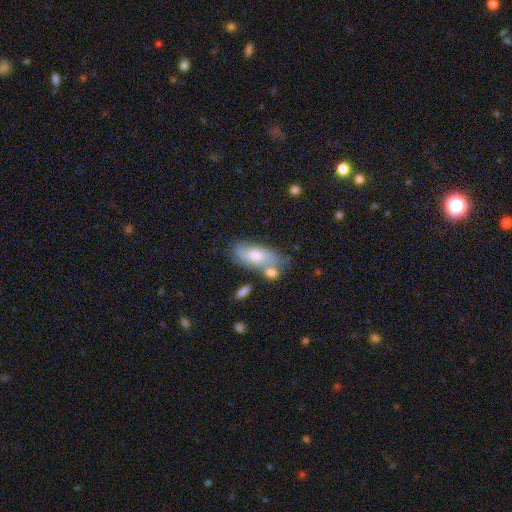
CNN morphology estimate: type=featured or disk (52%); edge-on=no (86%); merging=none (51%).